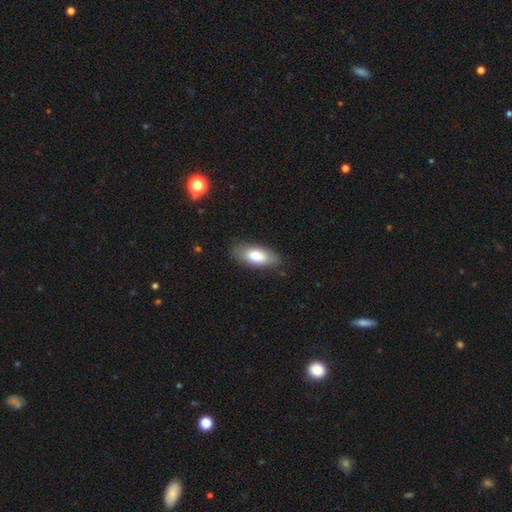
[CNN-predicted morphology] This is likely a smooth galaxy (75%). How rounded: clearly in between (85%). Merging: clearly none (82%).